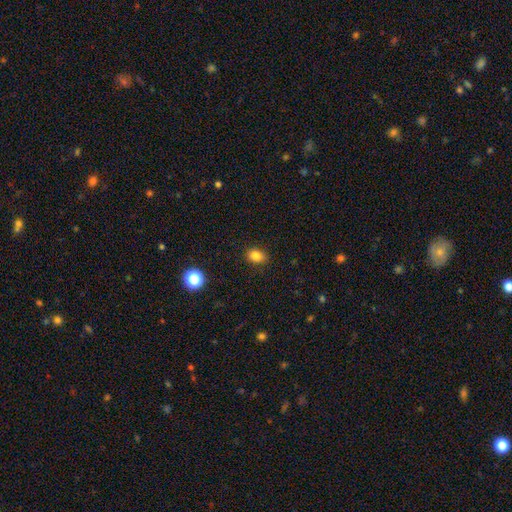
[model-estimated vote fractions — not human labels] A smooth galaxy with no disk features (83%) that is in between round and cigar-shaped (63%).

Vote fractions:
- Smooth or featured? smooth: 83% / star or artifact: 12% / featured or disk: 5%
- How rounded? in between: 63% / round: 36% / cigar-shaped: 1%
- Merging? none: 87% / minor disturbance: 10% / major disturbance: 2% / merger: 1%